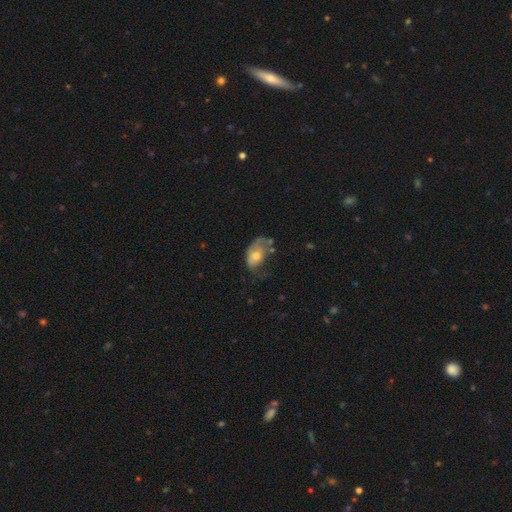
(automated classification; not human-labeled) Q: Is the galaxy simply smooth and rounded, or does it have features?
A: smooth — 54%.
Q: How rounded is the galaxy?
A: in between — 87%.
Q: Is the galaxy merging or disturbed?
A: major disturbance — 34%.